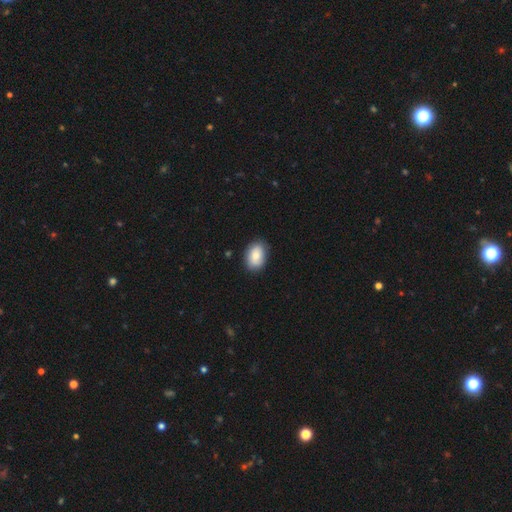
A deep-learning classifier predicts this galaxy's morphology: The model was most divided on "smooth or featured": smooth: 81%, featured or disk: 13%, star or artifact: 7%. More confident: how rounded — in between (84%); merging — none (84%).